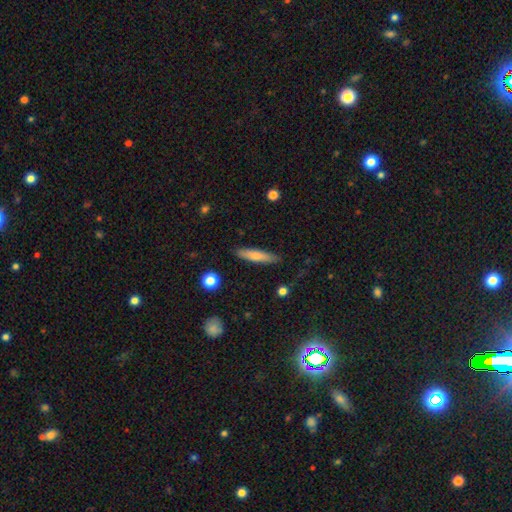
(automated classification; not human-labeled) Q: Smooth or featured?
A: smooth (71%); runner-up: featured or disk (23%)
Q: How rounded?
A: cigar-shaped (84%); runner-up: in between (15%)
Q: Merging?
A: none (86%); runner-up: minor disturbance (10%)